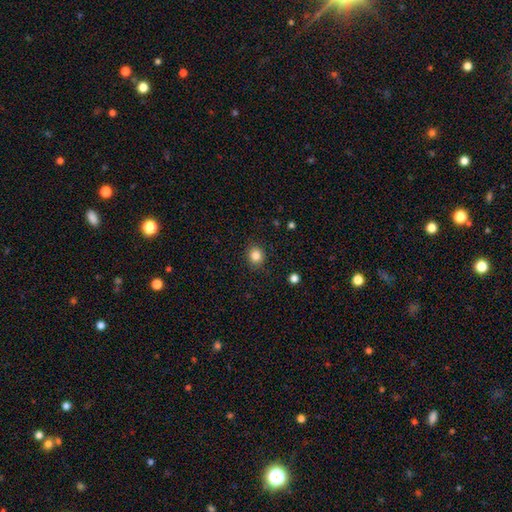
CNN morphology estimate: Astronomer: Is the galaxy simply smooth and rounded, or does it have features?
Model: smooth — 84%.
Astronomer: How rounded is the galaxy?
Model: round — 78%.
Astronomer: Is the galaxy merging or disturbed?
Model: none — 88%.